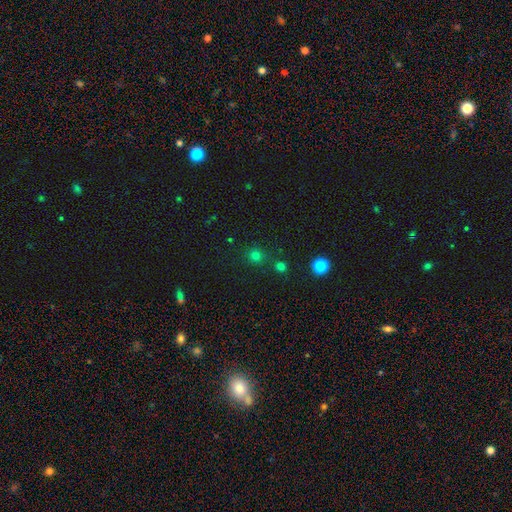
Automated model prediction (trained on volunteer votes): Smooth or featured? Predicted: smooth (p=0.73). How rounded? Predicted: round (p=0.91). Merging? Predicted: none (p=0.81).